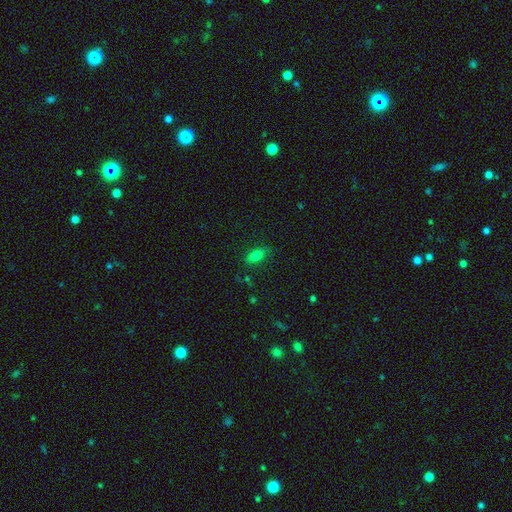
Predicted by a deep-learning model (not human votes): This is likely a smooth galaxy (73%). How rounded: likely in between (79%). Merging: likely none (78%).